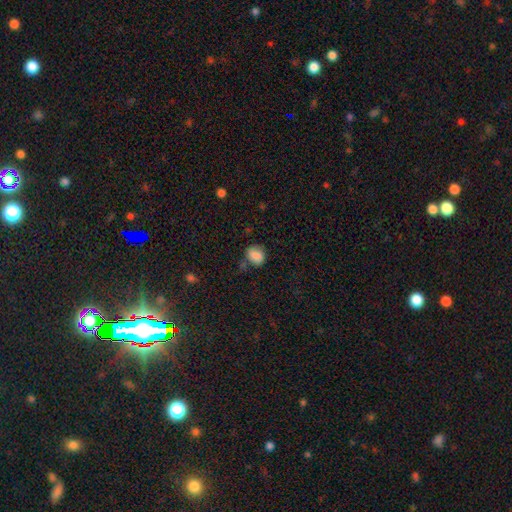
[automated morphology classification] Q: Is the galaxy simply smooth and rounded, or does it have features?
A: smooth — 83%.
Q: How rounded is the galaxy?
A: round — 57%.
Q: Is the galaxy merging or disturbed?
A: none — 69%.